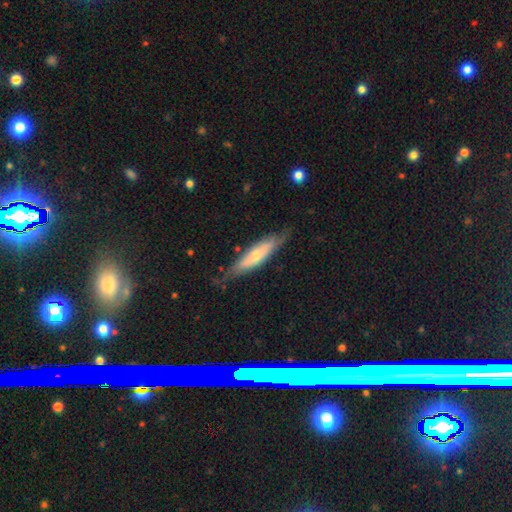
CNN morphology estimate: Q: Smooth or featured?
A: featured or disk (50%); runner-up: smooth (44%)
Q: Edge-on disk?
A: yes (65%); runner-up: no (35%)
Q: Merging?
A: none (73%); runner-up: minor disturbance (20%)